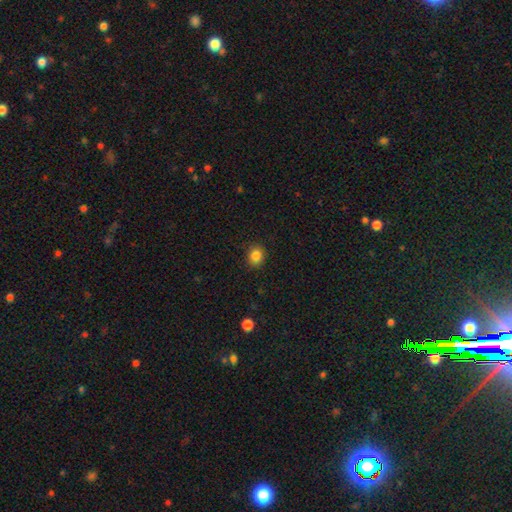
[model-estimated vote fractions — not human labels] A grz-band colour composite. It shows a smooth galaxy with no disk features (85%) that is round (65%). Merging: none (88%).